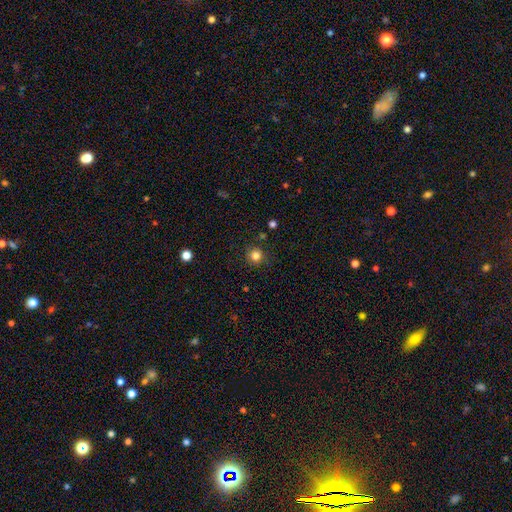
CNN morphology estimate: Smooth or featured?
  - smooth: 82% *
  - star or artifact: 12%
  - featured or disk: 5%
How rounded?
  - round: 93% *
  - in between: 6%
  - cigar-shaped: 1%
Merging?
  - none: 85% *
  - minor disturbance: 10%
  - major disturbance: 3%
  - merger: 2%